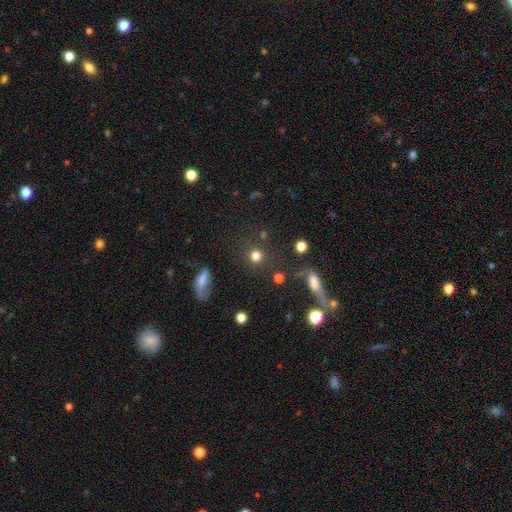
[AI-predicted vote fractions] Overall: smooth (77%). How rounded: round (90%). Merging: none (80%).